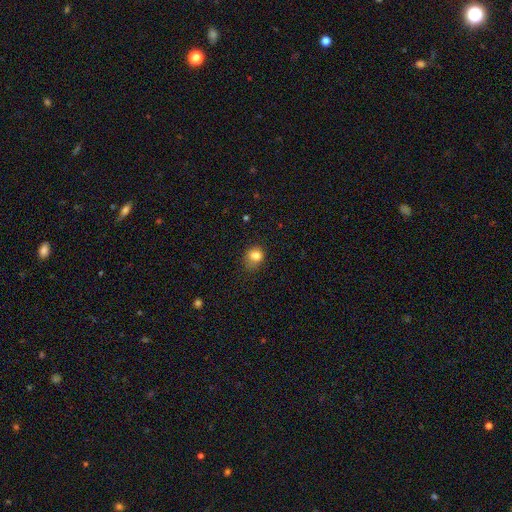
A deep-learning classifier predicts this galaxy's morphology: Q: Smooth or featured?
A: smooth (81%); runner-up: star or artifact (12%)
Q: How rounded?
A: round (60%); runner-up: in between (39%)
Q: Merging?
A: none (53%); runner-up: minor disturbance (31%)